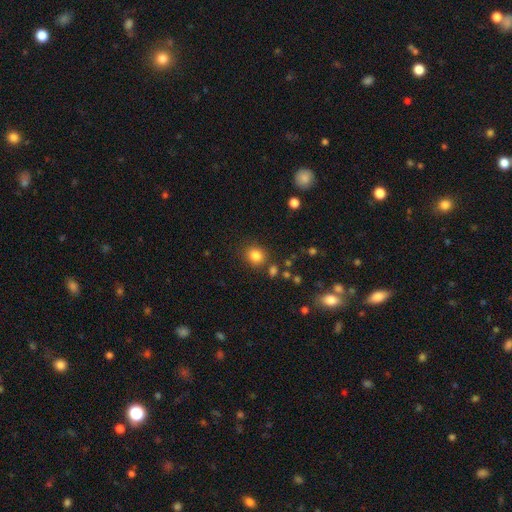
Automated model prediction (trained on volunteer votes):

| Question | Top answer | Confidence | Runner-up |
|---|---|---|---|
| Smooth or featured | smooth | 83% | star or artifact (12%) |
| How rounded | round | 71% | in between (28%) |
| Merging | none | 80% | minor disturbance (11%) |